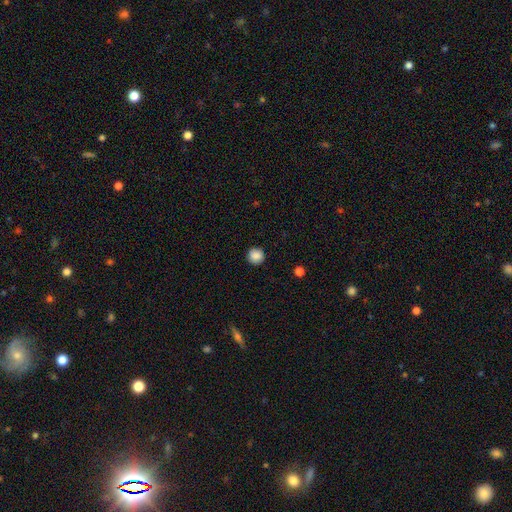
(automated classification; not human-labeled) A smooth galaxy with no disk features (88%) that is round (95%).

Vote fractions:
- Smooth or featured? smooth: 88% / star or artifact: 9% / featured or disk: 3%
- How rounded? round: 95% / in between: 4% / cigar-shaped: 1%
- Merging? none: 92% / minor disturbance: 5% / major disturbance: 2% / merger: 1%